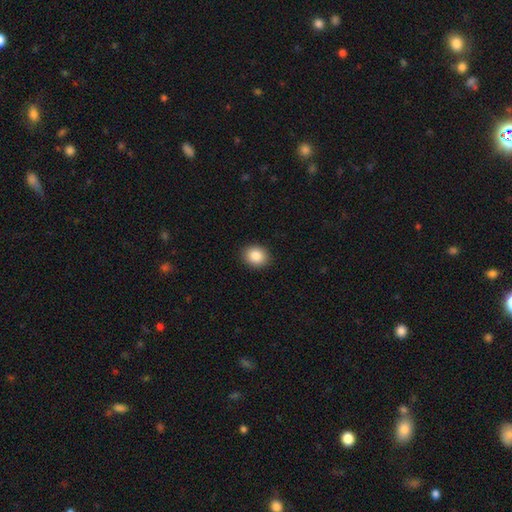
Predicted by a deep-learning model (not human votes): This is clearly a smooth galaxy (86%). How rounded: likely round (64%). Merging: clearly none (91%).